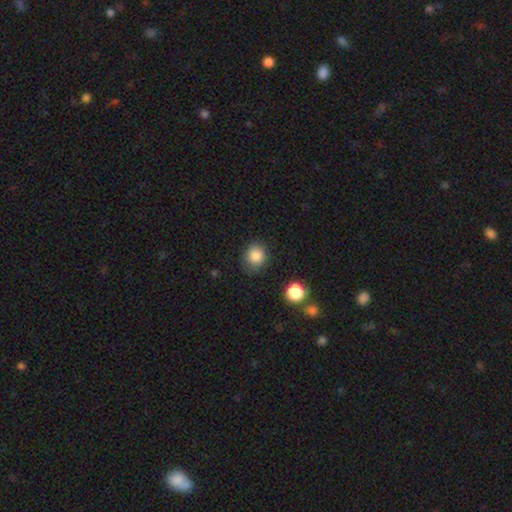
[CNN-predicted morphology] smooth_or_featured: smooth (p=0.85) [alt: star or artifact p=0.10]
how_rounded: round (p=0.77) [alt: in between p=0.22]
merging: none (p=0.76) [alt: minor disturbance p=0.18]